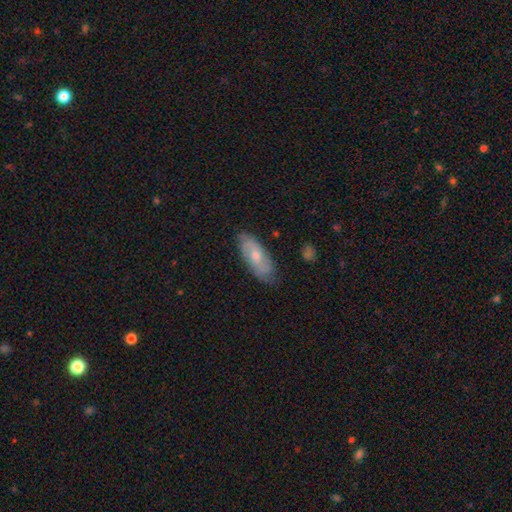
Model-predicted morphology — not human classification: Smooth or featured? Predicted: featured or disk (p=0.49). Merging? Predicted: none (p=0.77).